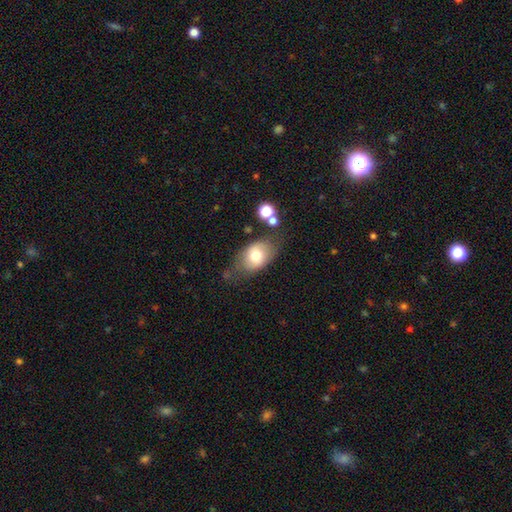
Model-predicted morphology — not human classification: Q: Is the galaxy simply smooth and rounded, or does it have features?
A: smooth — 71%.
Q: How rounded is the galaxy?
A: in between — 83%.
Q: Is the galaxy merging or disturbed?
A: none — 59%.